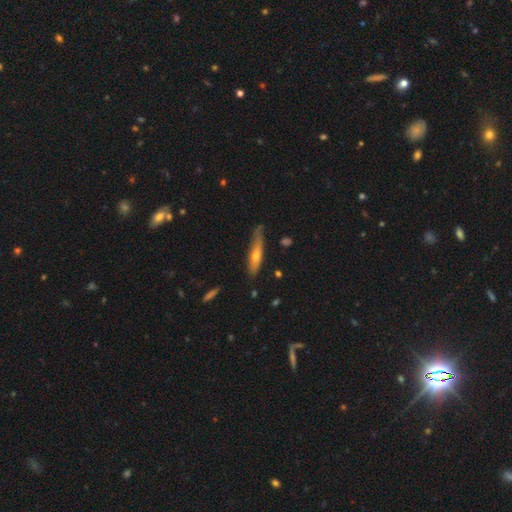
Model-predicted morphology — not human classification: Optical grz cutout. It shows a smooth galaxy with no disk features (51%) that is cigar-shaped (84%). Merging: none (64%).